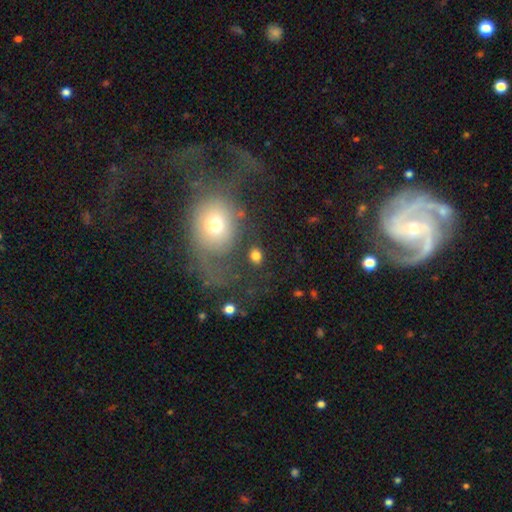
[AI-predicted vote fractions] smooth_or_featured: smooth (p=0.76) [alt: featured or disk p=0.13]
how_rounded: in between (p=0.53) [alt: round p=0.45]
merging: none (p=0.73) [alt: minor disturbance p=0.11]